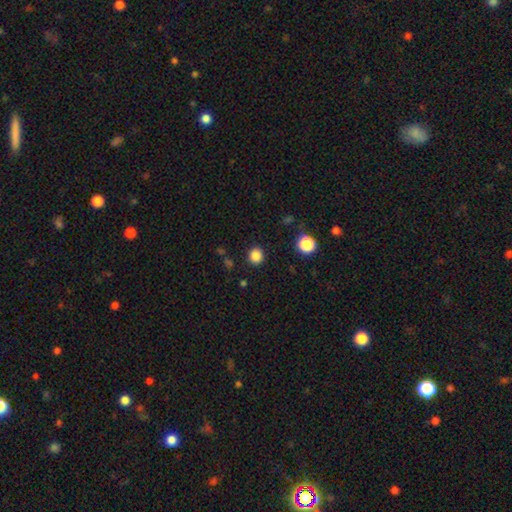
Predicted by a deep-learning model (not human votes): Smooth or featured? smooth (85%)
How rounded? round (89%)
Merging? none (90%)